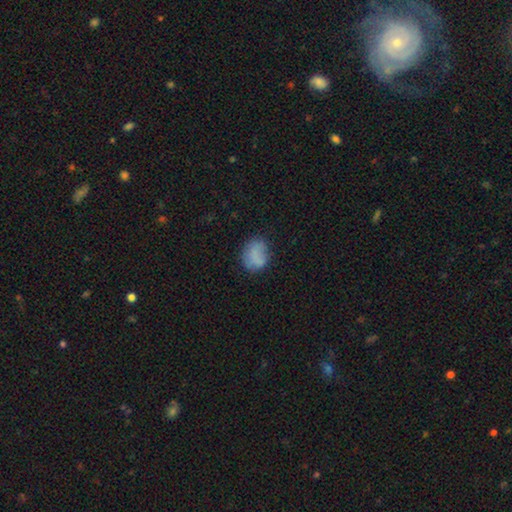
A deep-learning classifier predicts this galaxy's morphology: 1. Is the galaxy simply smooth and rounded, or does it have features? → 77% smooth, 13% featured or disk, 10% star or artifact.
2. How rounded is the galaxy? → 51% in between, 48% round, 1% cigar-shaped.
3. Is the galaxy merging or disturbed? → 63% none, 25% minor disturbance, 9% major disturbance, 2% merger.